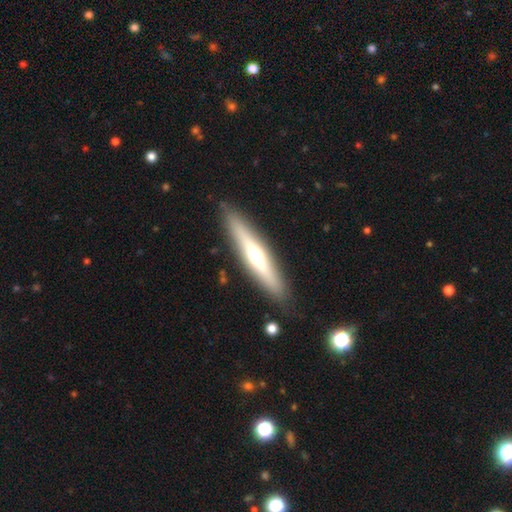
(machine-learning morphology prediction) Q: Smooth or featured?
A: featured or disk (55%); runner-up: smooth (39%)
Q: Edge-on disk?
A: yes (92%); runner-up: no (8%)
Q: Edge-on bulge?
A: rounded (86%); runner-up: none (10%)
Q: Merging?
A: none (88%); runner-up: minor disturbance (9%)